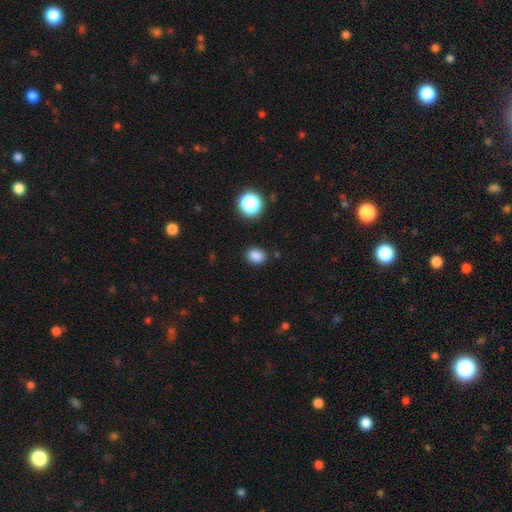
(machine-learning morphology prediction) Overall: smooth (83%). How rounded: round (55%; in between 44%). Merging: none (87%).